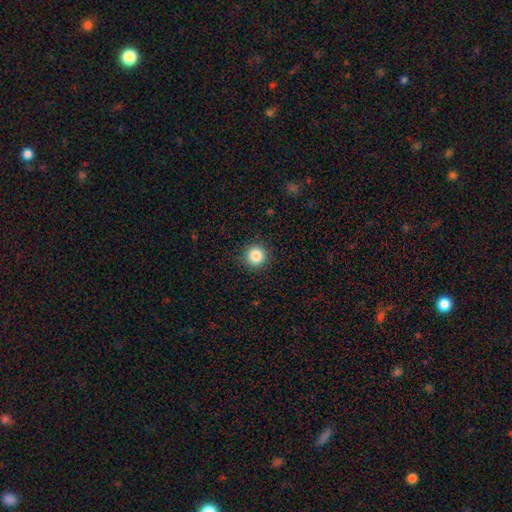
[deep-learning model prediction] Morphology: type=smooth (86%); roundness=round (95%); merging=none (92%).